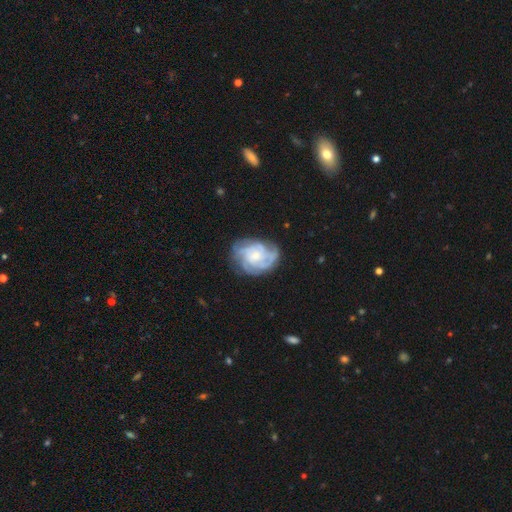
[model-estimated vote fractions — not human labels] Morphology: type=featured or disk (82%); edge-on=no (98%); bar=no (71%); spiral arms=yes (95%); winding=tight (60%); arm count=can't tell (29%); bulge=small (46%); merging=none (71%).